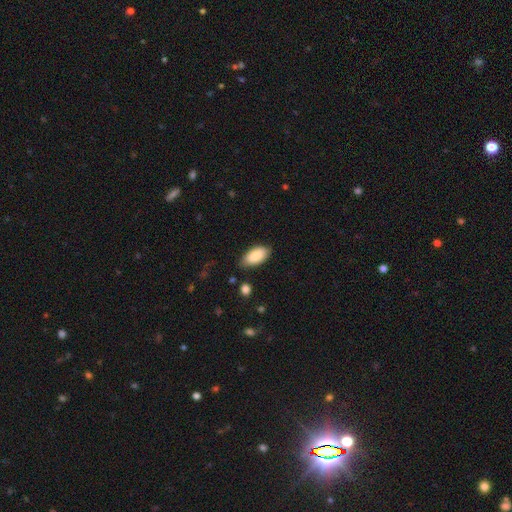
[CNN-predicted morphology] smooth-or-featured: smooth: 84% | featured or disk: 10% | star or artifact: 6%
  how-rounded: in between: 94% | cigar-shaped: 4% | round: 2%
  merging: none: 79% | minor disturbance: 17% | major disturbance: 3% | merger: 2%